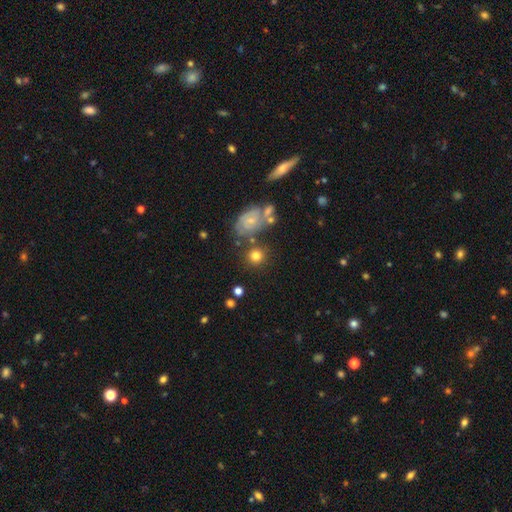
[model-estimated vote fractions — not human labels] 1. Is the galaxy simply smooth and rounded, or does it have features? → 73% smooth, 17% featured or disk, 10% star or artifact.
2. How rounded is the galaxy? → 84% round, 15% in between, 1% cigar-shaped.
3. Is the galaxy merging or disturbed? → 67% none, 14% merger, 13% minor disturbance, 6% major disturbance.